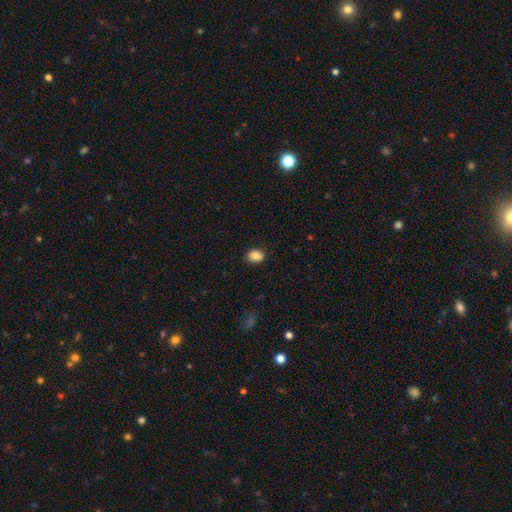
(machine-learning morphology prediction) Smooth or featured?
  - smooth: 85% *
  - star or artifact: 9%
  - featured or disk: 6%
How rounded?
  - in between: 59% *
  - round: 40%
  - cigar-shaped: 1%
Merging?
  - none: 86% *
  - minor disturbance: 11%
  - major disturbance: 2%
  - merger: 1%